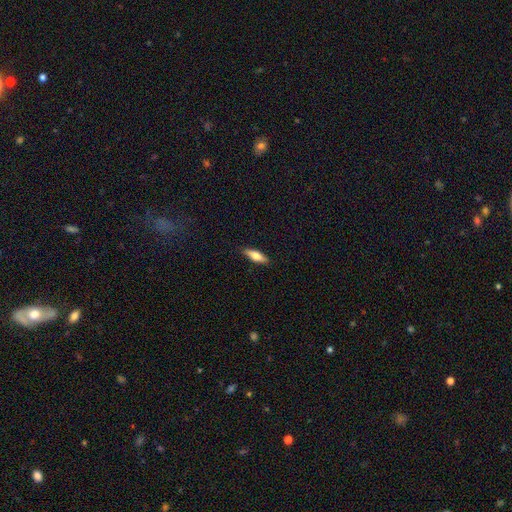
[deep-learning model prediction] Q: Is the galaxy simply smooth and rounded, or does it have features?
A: smooth — 67%.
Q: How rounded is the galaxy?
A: cigar-shaped — 50%.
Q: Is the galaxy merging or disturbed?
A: none — 87%.